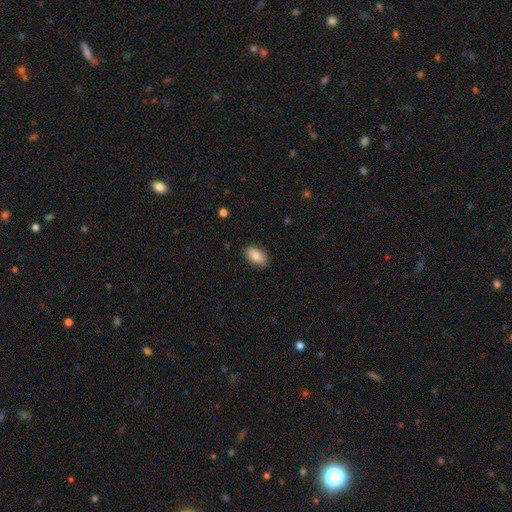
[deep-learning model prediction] A smooth galaxy with no disk features (85%) that is in between round and cigar-shaped (93%). Merging: none (86%).